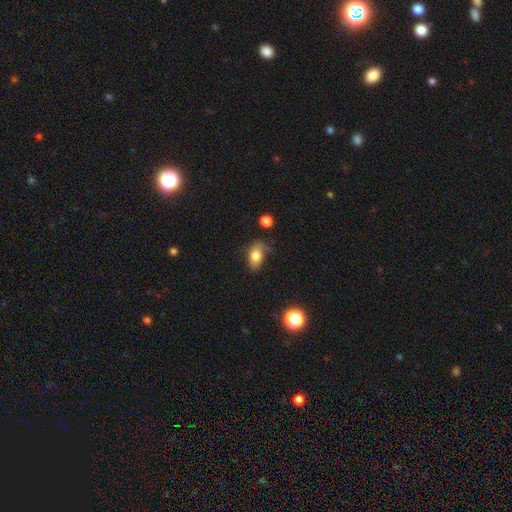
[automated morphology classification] This is likely a smooth galaxy (78%). How rounded: clearly in between (87%). Merging: possibly none (57%).